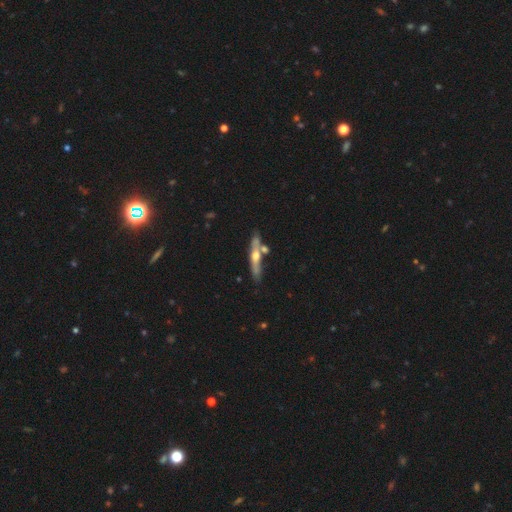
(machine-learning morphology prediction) Overall: featured or disk (64%; smooth 30%). Edge-on disk: yes (88%). Edge-on bulge: rounded (90%). Merging: none (72%).